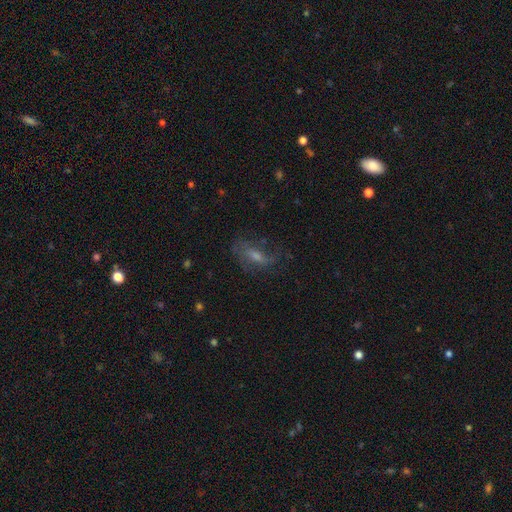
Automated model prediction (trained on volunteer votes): A featured or disk galaxy (50%).

Vote fractions:
- Smooth or featured? featured or disk: 50% / smooth: 33% / star or artifact: 17%
- Merging? none: 59% / minor disturbance: 21% / major disturbance: 18% / merger: 2%